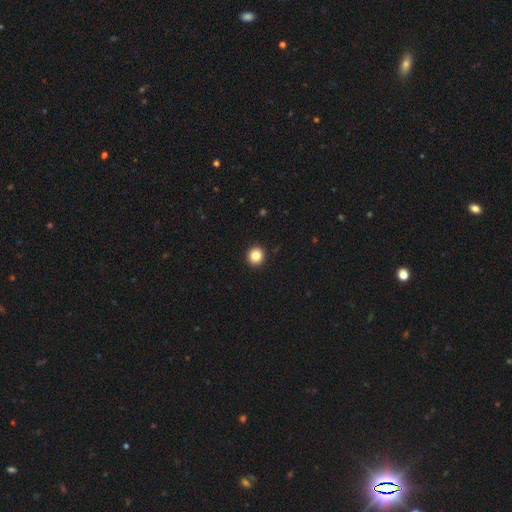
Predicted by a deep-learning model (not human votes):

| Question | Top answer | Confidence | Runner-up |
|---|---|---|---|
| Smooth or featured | smooth | 84% | star or artifact (10%) |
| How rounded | round | 91% | in between (8%) |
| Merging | none | 94% | minor disturbance (4%) |